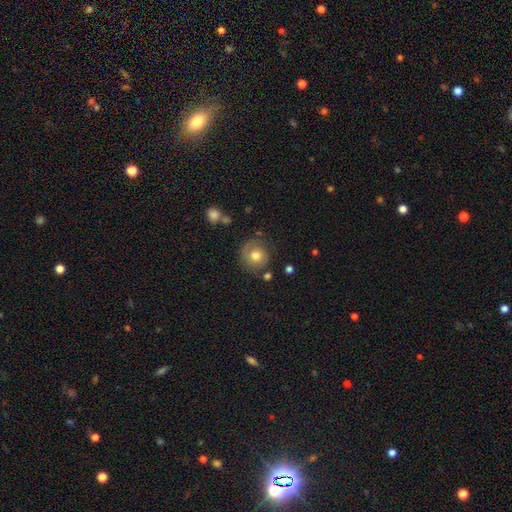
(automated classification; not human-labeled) Smooth or featured?
  - smooth: 73% *
  - featured or disk: 17%
  - star or artifact: 10%
How rounded?
  - round: 89% *
  - in between: 10%
  - cigar-shaped: 1%
Merging?
  - none: 74% *
  - minor disturbance: 16%
  - major disturbance: 6%
  - merger: 4%